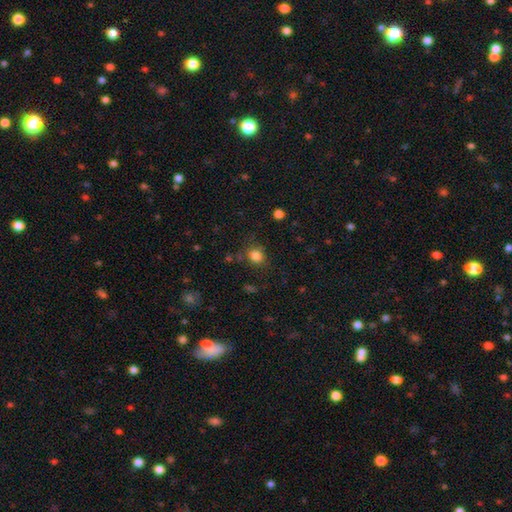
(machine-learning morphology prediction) This appears to be a smooth galaxy with no disk features (82%) that is round (75%). Merging: none (75%).